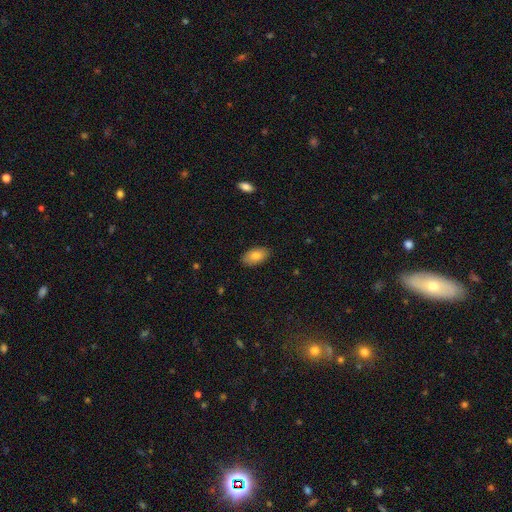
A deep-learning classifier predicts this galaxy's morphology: Overall: smooth (83%). How rounded: in between (94%). Merging: none (87%).